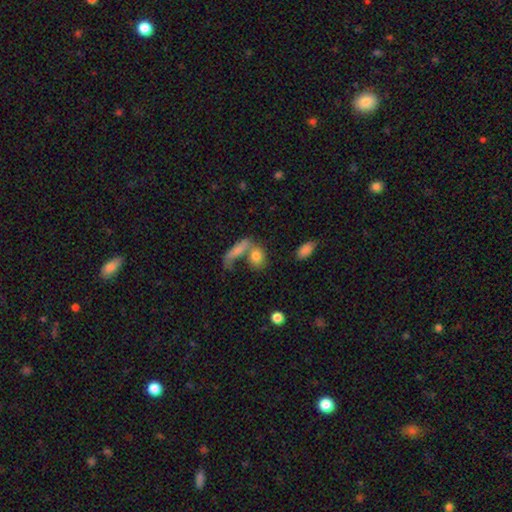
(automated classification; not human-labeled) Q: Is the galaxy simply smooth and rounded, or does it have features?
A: smooth — 76%.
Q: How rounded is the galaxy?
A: in between — 62%.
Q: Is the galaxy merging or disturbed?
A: merger — 44%.